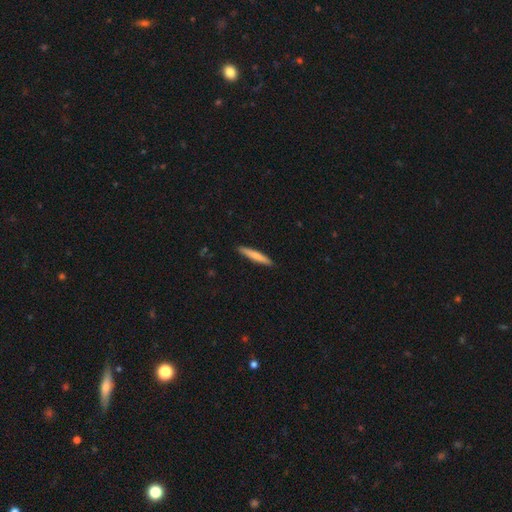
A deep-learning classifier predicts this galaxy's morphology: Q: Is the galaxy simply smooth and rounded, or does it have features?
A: smooth — 72%.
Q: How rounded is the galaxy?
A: cigar-shaped — 94%.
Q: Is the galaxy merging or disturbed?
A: none — 92%.